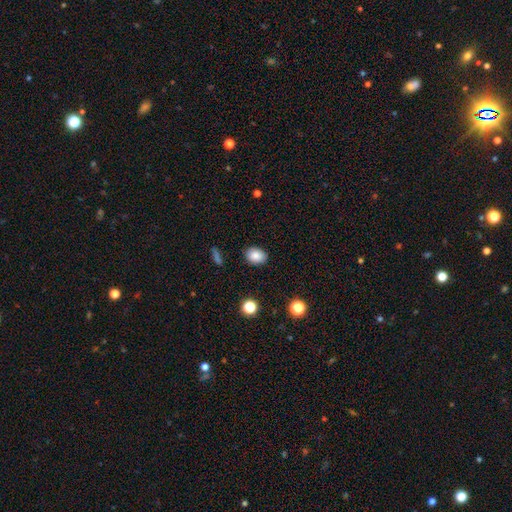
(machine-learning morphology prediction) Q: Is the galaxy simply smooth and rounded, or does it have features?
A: smooth — 86%.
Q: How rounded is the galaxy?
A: in between — 67%.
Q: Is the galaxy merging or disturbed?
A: none — 87%.